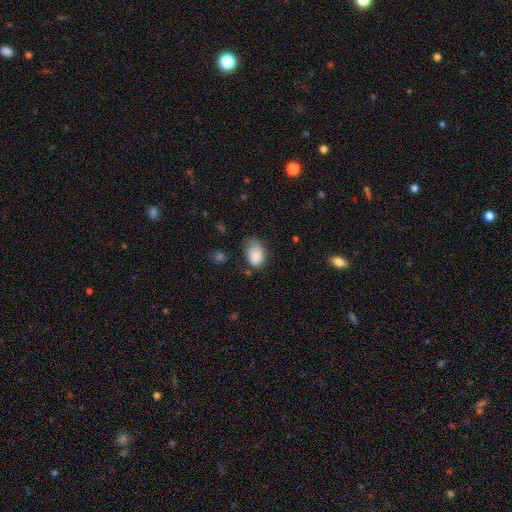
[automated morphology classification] Smooth or featured?
  - smooth: 83% *
  - featured or disk: 10%
  - star or artifact: 8%
How rounded?
  - in between: 81% *
  - round: 18%
  - cigar-shaped: 1%
Merging?
  - minor disturbance: 41% *
  - none: 40%
  - major disturbance: 16%
  - merger: 3%